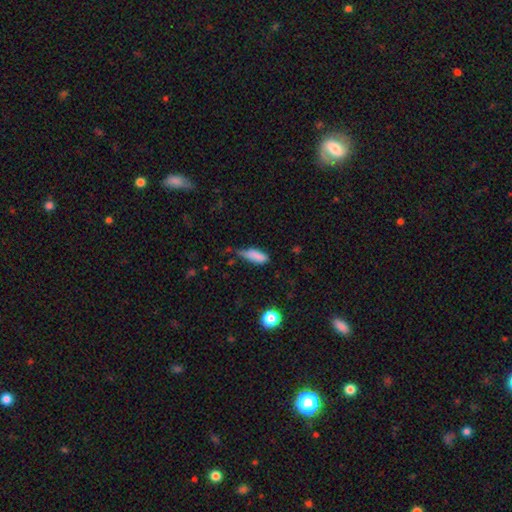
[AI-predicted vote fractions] Overall: smooth (81%). How rounded: in between (64%; cigar-shaped 32%). Merging: minor disturbance (46%; none 32%).